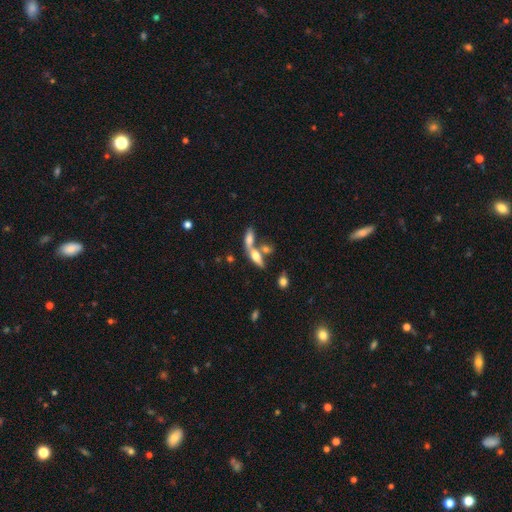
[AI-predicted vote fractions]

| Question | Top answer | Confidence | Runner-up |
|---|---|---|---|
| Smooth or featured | smooth | 46% | featured or disk (44%) |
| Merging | merger | 47% | none (38%) |